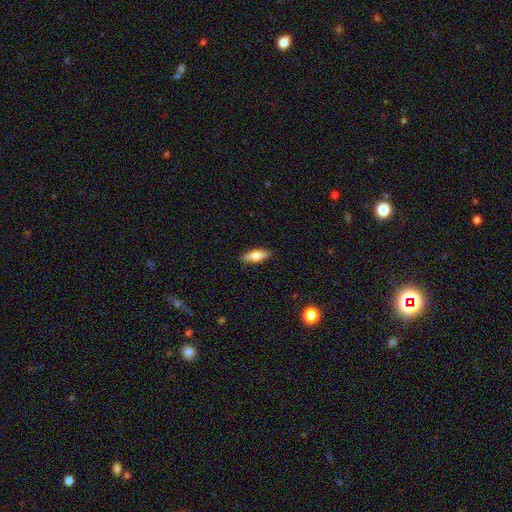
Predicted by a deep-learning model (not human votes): Smooth or featured?
  - smooth: 66% *
  - featured or disk: 28%
  - star or artifact: 7%
How rounded?
  - in between: 61% *
  - cigar-shaped: 36%
  - round: 3%
Merging?
  - none: 88% *
  - minor disturbance: 9%
  - major disturbance: 2%
  - merger: 1%